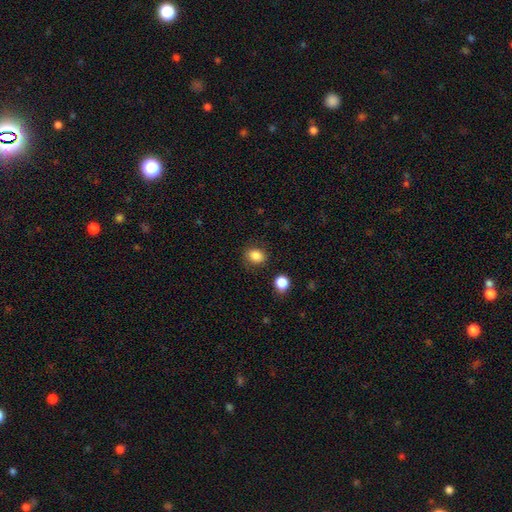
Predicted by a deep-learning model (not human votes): Overall: smooth (85%). How rounded: round (51%; in between 48%). Merging: none (78%).